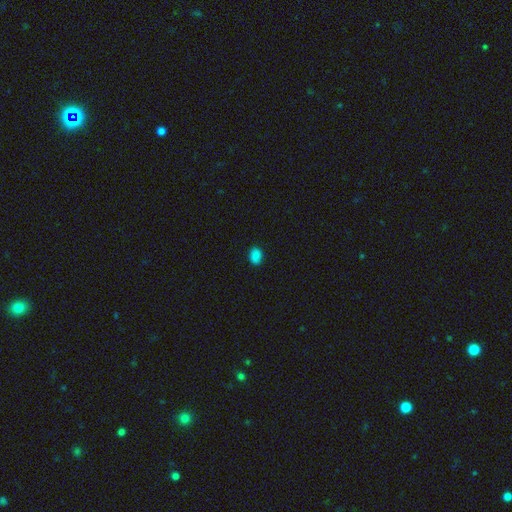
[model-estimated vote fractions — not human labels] Overall: smooth (85%). How rounded: in between (73%). Merging: none (87%).